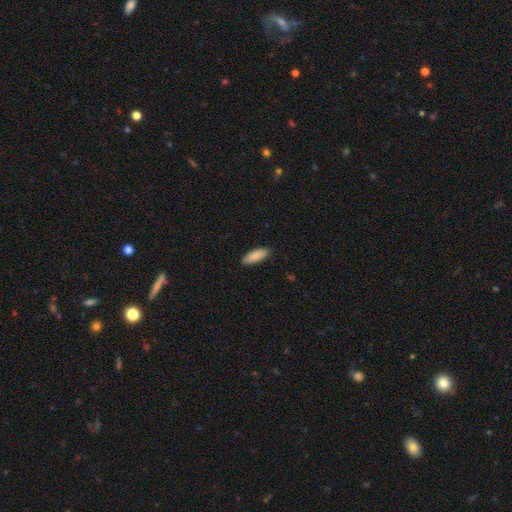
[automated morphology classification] smooth_or_featured: smooth (p=0.89) [alt: featured or disk p=0.06]
how_rounded: in between (p=0.67) [alt: cigar-shaped p=0.32]
merging: none (p=0.88) [alt: minor disturbance p=0.09]